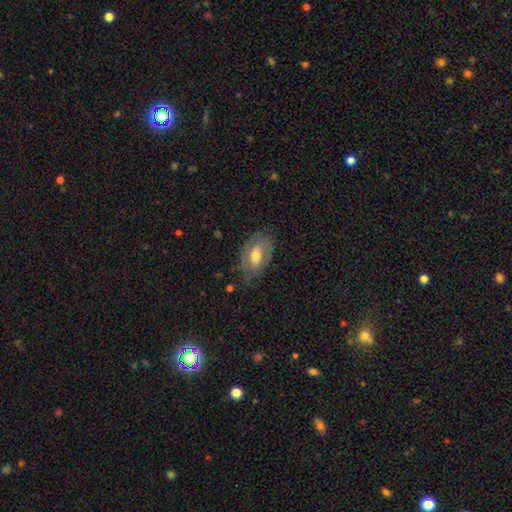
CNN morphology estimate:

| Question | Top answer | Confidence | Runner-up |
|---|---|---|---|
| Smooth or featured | smooth | 47% | featured or disk (46%) |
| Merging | none | 66% | minor disturbance (24%) |